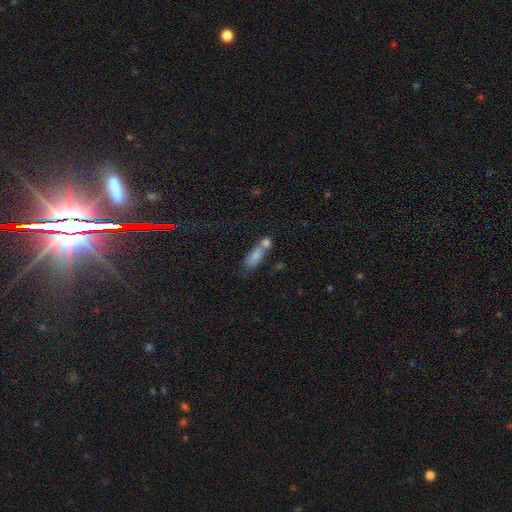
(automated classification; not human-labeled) A smooth galaxy with no disk features (73%) that is in between round and cigar-shaped (56%).

Vote fractions:
- Smooth or featured? smooth: 73% / featured or disk: 18% / star or artifact: 9%
- How rounded? in between: 56% / cigar-shaped: 39% / round: 5%
- Merging? merger: 52% / none: 29% / minor disturbance: 12% / major disturbance: 7%